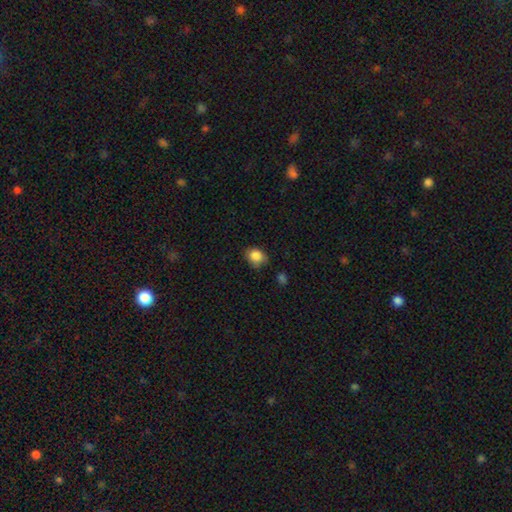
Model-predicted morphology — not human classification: type=smooth (85%); roundness=round (61%); merging=none (69%).